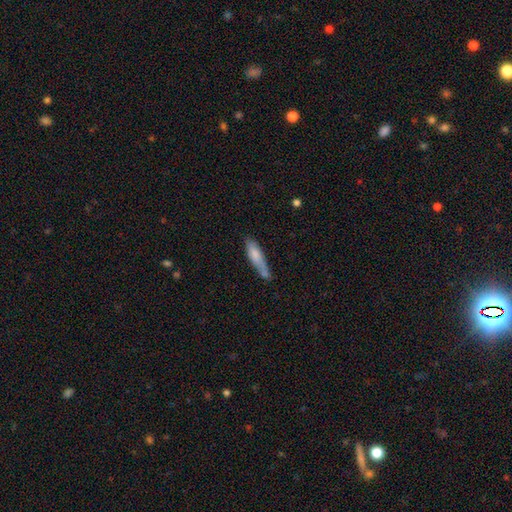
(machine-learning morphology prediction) Overall: smooth (73%). How rounded: cigar-shaped (71%). Merging: none (50%; minor disturbance 27%).